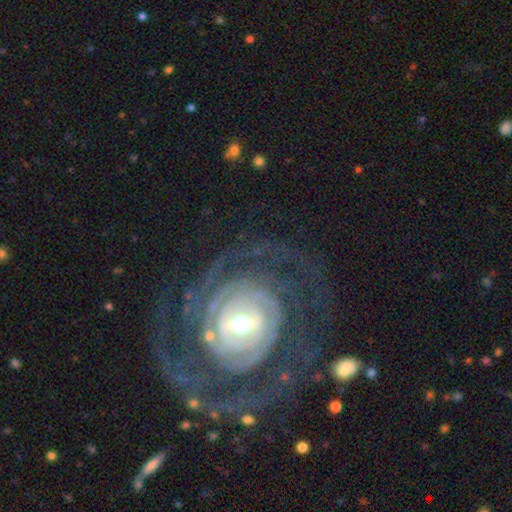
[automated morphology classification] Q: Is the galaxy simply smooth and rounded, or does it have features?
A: featured or disk — 86%.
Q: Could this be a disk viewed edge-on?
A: no — 97%.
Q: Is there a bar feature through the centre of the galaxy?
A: no — 43%.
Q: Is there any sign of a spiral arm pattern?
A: yes — 90%.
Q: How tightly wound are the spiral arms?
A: tight — 70%.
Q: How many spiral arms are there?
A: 2 — 30%.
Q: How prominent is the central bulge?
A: moderate — 46%.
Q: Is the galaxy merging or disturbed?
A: none — 72%.